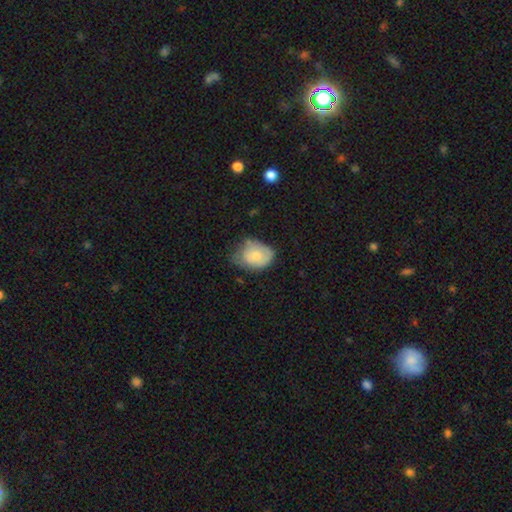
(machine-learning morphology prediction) Q: Smooth or featured?
A: smooth (68%); runner-up: featured or disk (25%)
Q: How rounded?
A: in between (64%); runner-up: round (35%)
Q: Merging?
A: minor disturbance (43%); runner-up: none (37%)